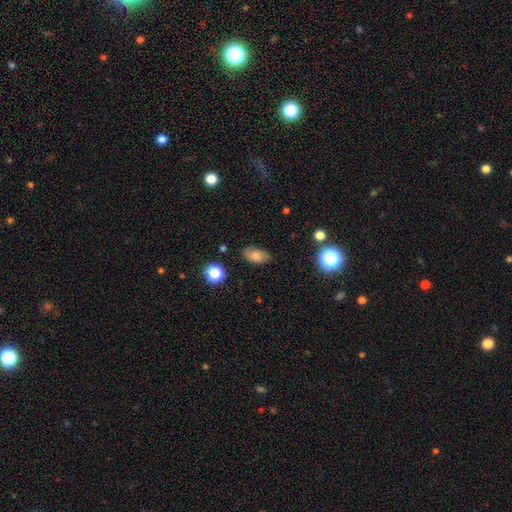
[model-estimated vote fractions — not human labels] Smooth or featured? smooth (79%)
How rounded? in between (90%)
Merging? none (79%)